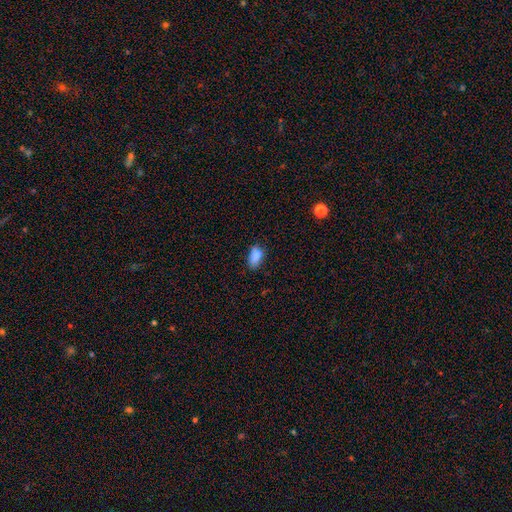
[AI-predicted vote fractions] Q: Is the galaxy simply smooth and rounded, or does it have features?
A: smooth — 84%.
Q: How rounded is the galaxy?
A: in between — 90%.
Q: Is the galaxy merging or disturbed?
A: none — 62%.